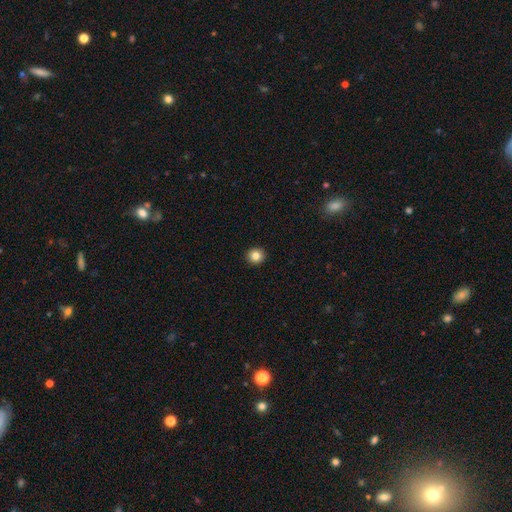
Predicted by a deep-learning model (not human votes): A smooth galaxy with no disk features (83%) that is round (93%).

Vote fractions:
- Smooth or featured? smooth: 83% / star or artifact: 10% / featured or disk: 6%
- How rounded? round: 93% / in between: 6% / cigar-shaped: 1%
- Merging? none: 94% / minor disturbance: 4% / major disturbance: 1% / merger: 1%